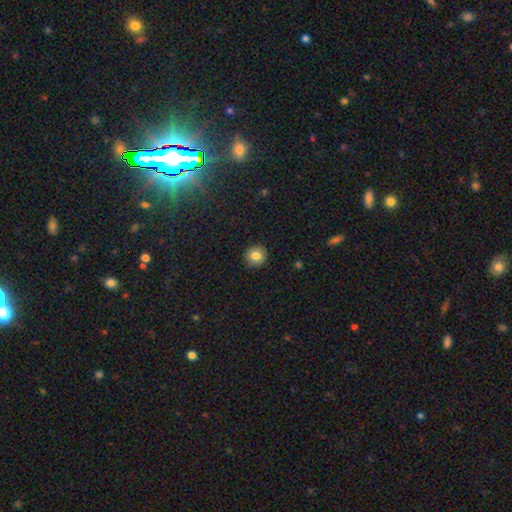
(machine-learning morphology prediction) Smooth or featured?
  - smooth: 82% *
  - star or artifact: 10%
  - featured or disk: 8%
How rounded?
  - round: 92% *
  - in between: 7%
  - cigar-shaped: 1%
Merging?
  - none: 91% *
  - minor disturbance: 6%
  - major disturbance: 2%
  - merger: 1%